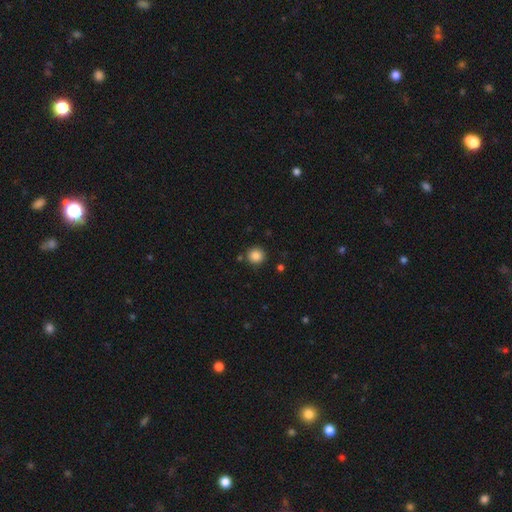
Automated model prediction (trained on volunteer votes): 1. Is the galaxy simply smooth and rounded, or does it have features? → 85% smooth, 10% star or artifact, 4% featured or disk.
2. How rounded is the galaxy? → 93% round, 6% in between, 1% cigar-shaped.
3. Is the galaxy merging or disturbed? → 87% none, 7% minor disturbance, 4% merger, 2% major disturbance.